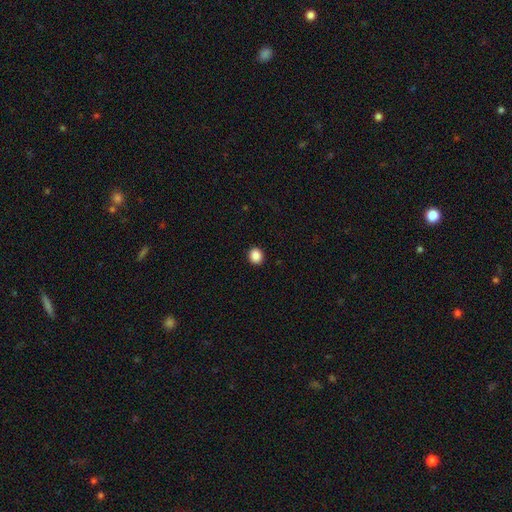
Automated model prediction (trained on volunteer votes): Smooth or featured? smooth (88%)
How rounded? round (79%)
Merging? none (93%)